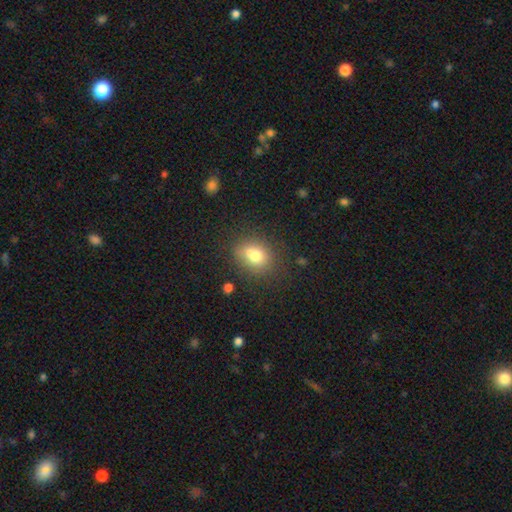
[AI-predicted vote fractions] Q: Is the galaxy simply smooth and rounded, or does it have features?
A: smooth — 74%.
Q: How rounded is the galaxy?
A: in between — 51%.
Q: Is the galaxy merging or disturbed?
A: none — 61%.